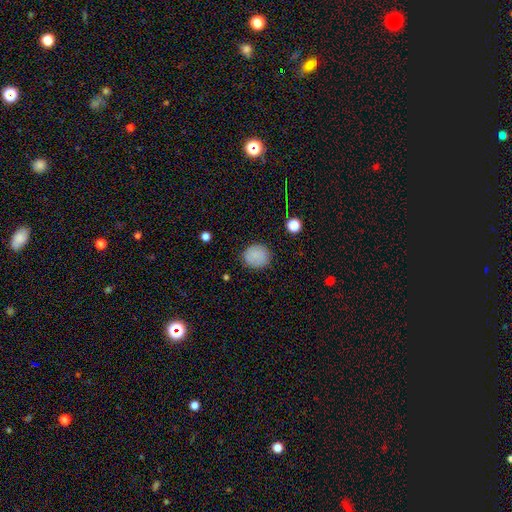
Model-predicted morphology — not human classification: A smooth galaxy with no disk features (86%) that is round (84%). Merging: none (87%).